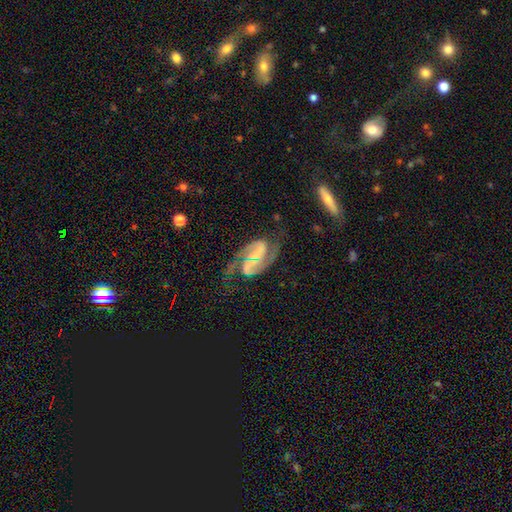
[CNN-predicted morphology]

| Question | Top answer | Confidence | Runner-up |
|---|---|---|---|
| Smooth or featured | featured or disk | 92% | star or artifact (5%) |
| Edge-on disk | no | 97% | yes (3%) |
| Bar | weak | 43% | strong (29%) |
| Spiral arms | yes | 98% | no (2%) |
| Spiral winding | medium | 59% | tight (24%) |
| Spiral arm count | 2 | 93% | can't tell (2%) |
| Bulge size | small | 62% | moderate (19%) |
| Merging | none | 72% | minor disturbance (16%) |